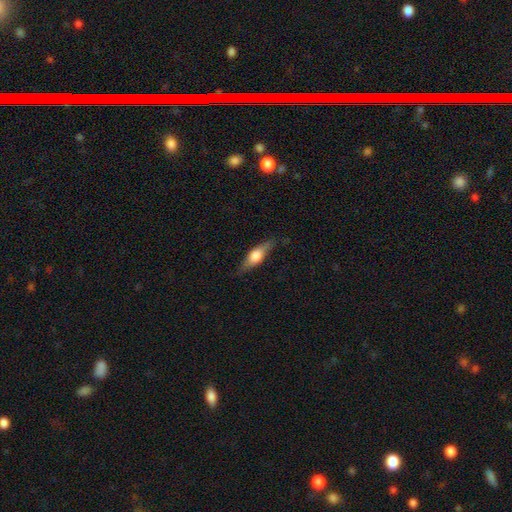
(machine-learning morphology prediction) Smooth or featured?
  - smooth: 48% *
  - featured or disk: 46%
  - star or artifact: 6%
Merging?
  - none: 79% *
  - minor disturbance: 16%
  - major disturbance: 4%
  - merger: 1%